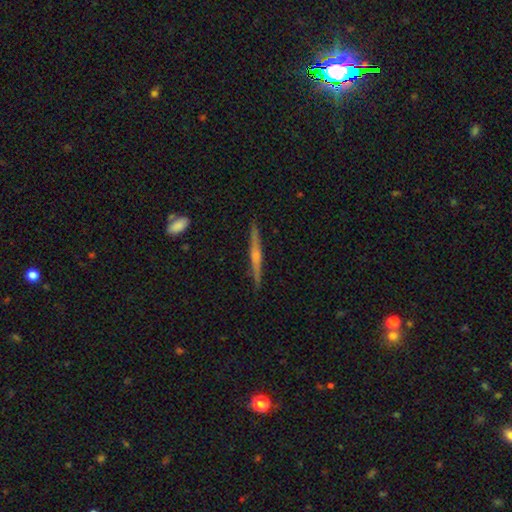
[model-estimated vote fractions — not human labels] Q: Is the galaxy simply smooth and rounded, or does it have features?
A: featured or disk — 68%.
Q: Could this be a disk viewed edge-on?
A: yes — 98%.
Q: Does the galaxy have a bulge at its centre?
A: rounded — 66%.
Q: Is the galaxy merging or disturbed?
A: none — 89%.